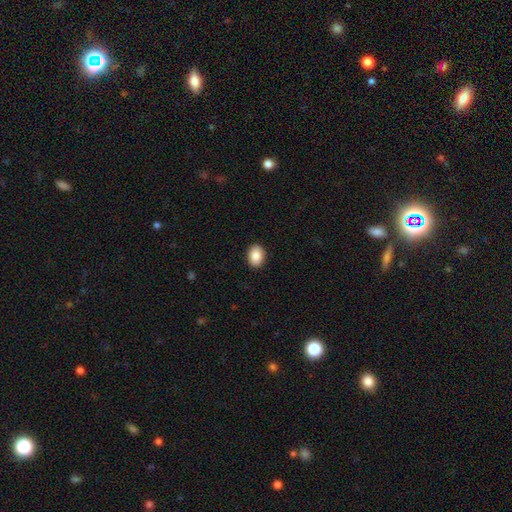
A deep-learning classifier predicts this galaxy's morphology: smooth-or-featured: smooth: 88% | star or artifact: 7% | featured or disk: 5%
  how-rounded: in between: 75% | round: 24% | cigar-shaped: 1%
  merging: none: 91% | minor disturbance: 7% | major disturbance: 2% | merger: 1%